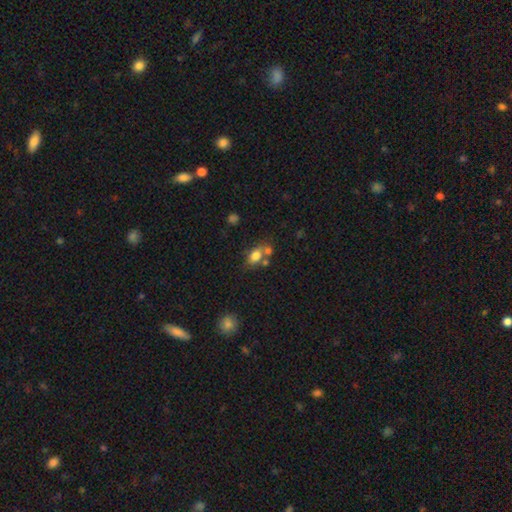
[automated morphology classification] This is likely a smooth galaxy (77%). How rounded: likely in between (77%). Merging: possibly none (47%).